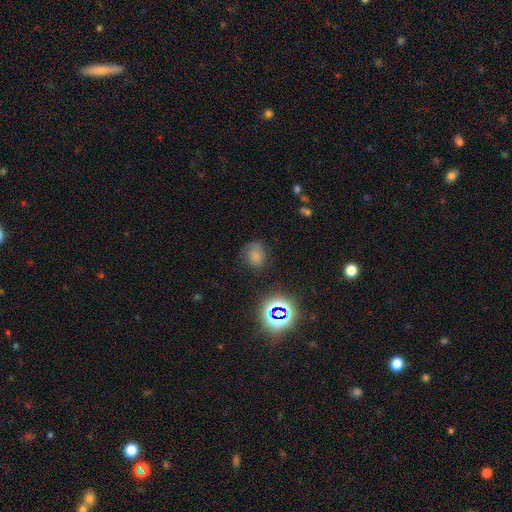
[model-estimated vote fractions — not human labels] Q: Smooth or featured?
A: smooth (67%); runner-up: star or artifact (24%)
Q: How rounded?
A: round (57%); runner-up: in between (42%)
Q: Merging?
A: none (69%); runner-up: minor disturbance (21%)